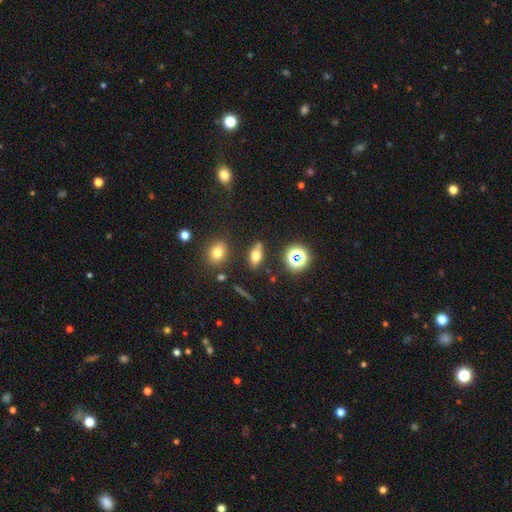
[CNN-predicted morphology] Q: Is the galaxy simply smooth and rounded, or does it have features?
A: smooth — 62%.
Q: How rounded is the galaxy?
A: in between — 71%.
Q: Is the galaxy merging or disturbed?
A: none — 80%.